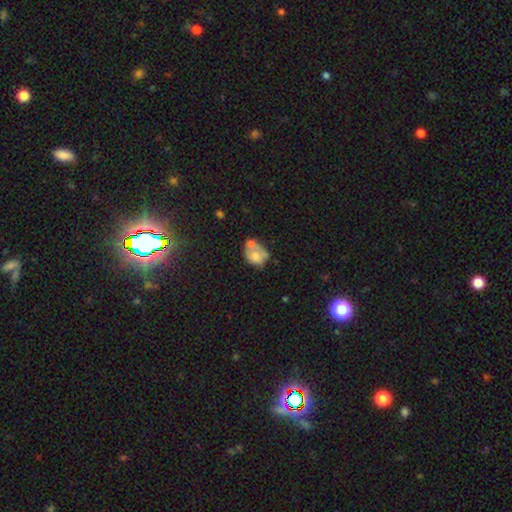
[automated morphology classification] Smooth or featured? smooth (59%)
How rounded? in between (58%)
Merging? merger (39%)